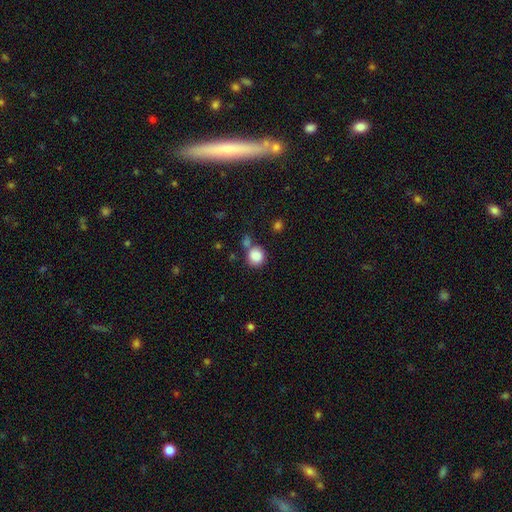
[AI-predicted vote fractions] smooth_or_featured: smooth (p=0.87) [alt: star or artifact p=0.09]
how_rounded: round (p=0.88) [alt: in between p=0.11]
merging: none (p=0.63) [alt: merger p=0.19]